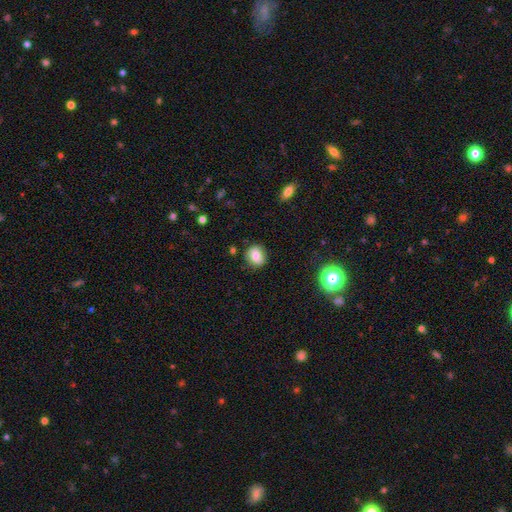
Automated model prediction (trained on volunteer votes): Smooth or featured?
  - smooth: 74% *
  - featured or disk: 16%
  - star or artifact: 11%
How rounded?
  - round: 63% *
  - in between: 36%
  - cigar-shaped: 1%
Merging?
  - none: 79% *
  - minor disturbance: 15%
  - major disturbance: 4%
  - merger: 2%